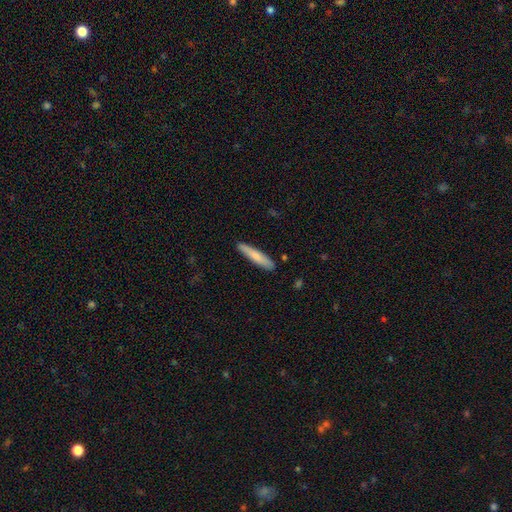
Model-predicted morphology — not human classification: Overall: smooth (75%). How rounded: cigar-shaped (90%). Merging: none (88%).